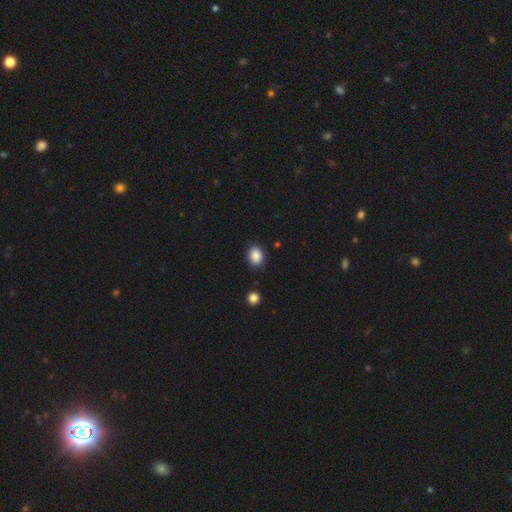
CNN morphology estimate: smooth 88%, star or artifact 9%, featured or disk 3%. Down the decision tree: how rounded — in between (63%); merging — none (85%).